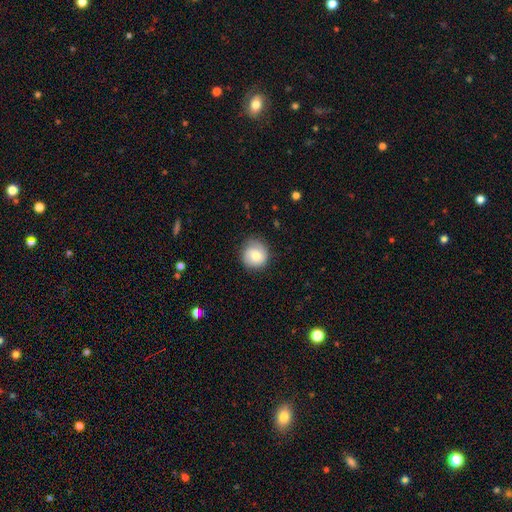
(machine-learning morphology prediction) Smooth or featured? smooth (75%)
How rounded? round (91%)
Merging? none (80%)